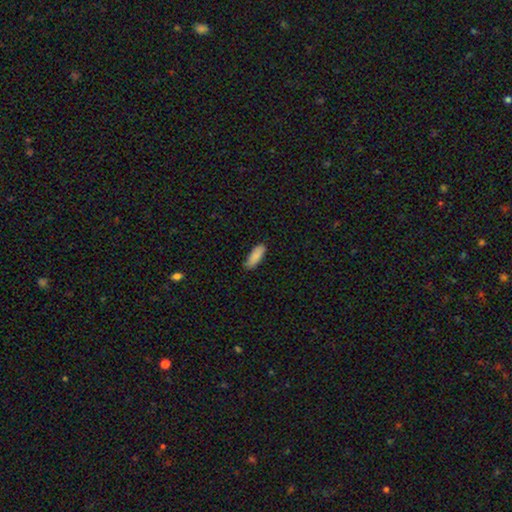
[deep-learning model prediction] A smooth galaxy with no disk features (89%) that is in between round and cigar-shaped (67%).

Vote fractions:
- Smooth or featured? smooth: 89% / star or artifact: 6% / featured or disk: 5%
- How rounded? in between: 67% / cigar-shaped: 31% / round: 2%
- Merging? none: 83% / minor disturbance: 14% / major disturbance: 2% / merger: 1%